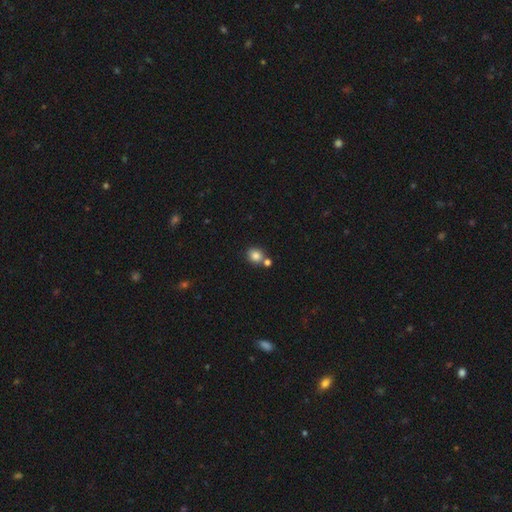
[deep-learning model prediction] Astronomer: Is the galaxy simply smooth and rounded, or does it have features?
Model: smooth — 84%.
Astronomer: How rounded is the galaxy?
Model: round — 81%.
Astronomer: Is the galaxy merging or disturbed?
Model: none — 66%.